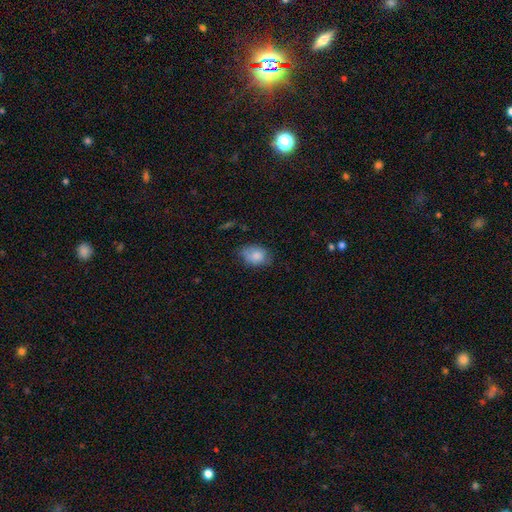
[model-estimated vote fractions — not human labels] smooth_or_featured: smooth (p=0.82) [alt: featured or disk p=0.10]
how_rounded: in between (p=0.77) [alt: round p=0.22]
merging: none (p=0.64) [alt: minor disturbance p=0.28]